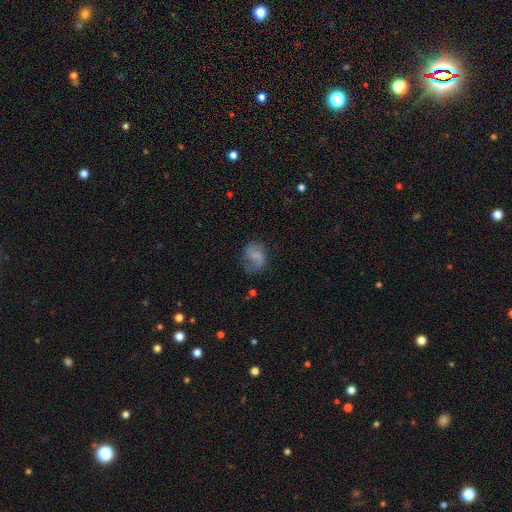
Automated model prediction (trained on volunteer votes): The model was most divided on "how rounded": in between: 52%, round: 46%, cigar-shaped: 1%. More confident: merging — none (56%); smooth or featured — smooth (53%).